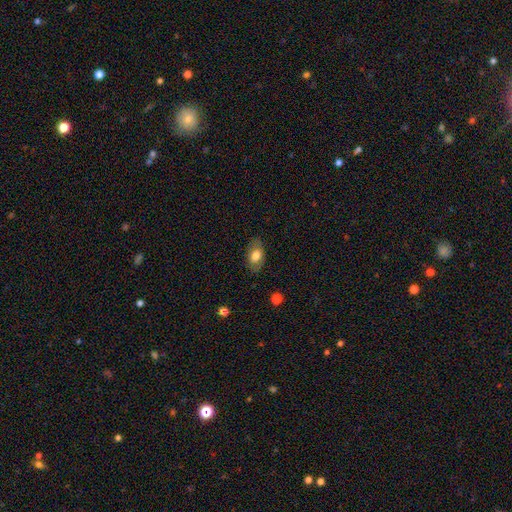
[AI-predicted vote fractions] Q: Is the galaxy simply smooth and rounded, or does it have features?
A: smooth — 75%.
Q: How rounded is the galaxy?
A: in between — 89%.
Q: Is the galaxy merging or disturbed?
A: none — 81%.